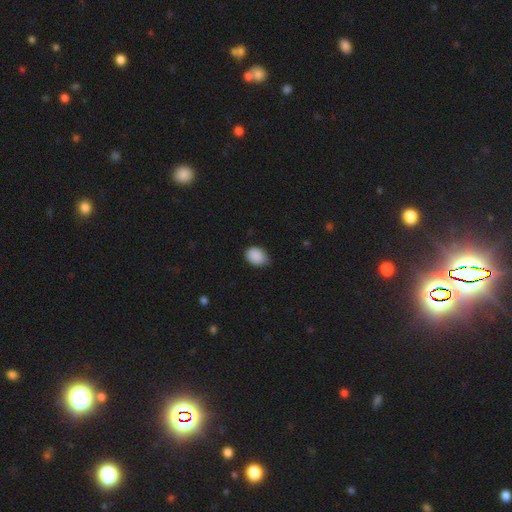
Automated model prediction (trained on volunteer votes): Q: Smooth or featured?
A: smooth (89%); runner-up: star or artifact (8%)
Q: How rounded?
A: in between (71%); runner-up: round (28%)
Q: Merging?
A: none (70%); runner-up: minor disturbance (25%)